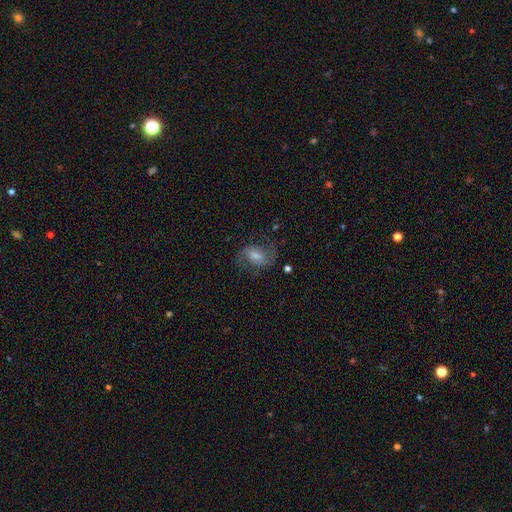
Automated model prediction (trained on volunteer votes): A featured or disk galaxy (73%) with a weak bar (49%), 2 (89%) medium (52%) spiral arms (94%) and a moderate central bulge (46%). Merging: none (72%).